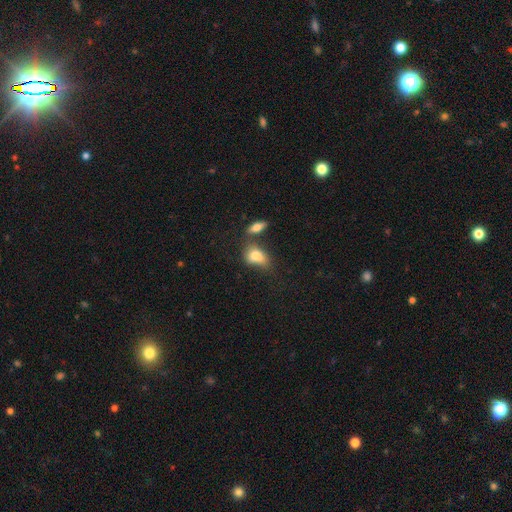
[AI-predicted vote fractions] smooth_or_featured: smooth (p=0.80) [alt: featured or disk p=0.12]
how_rounded: in between (p=0.80) [alt: round p=0.17]
merging: none (p=0.35) [alt: merger p=0.28]